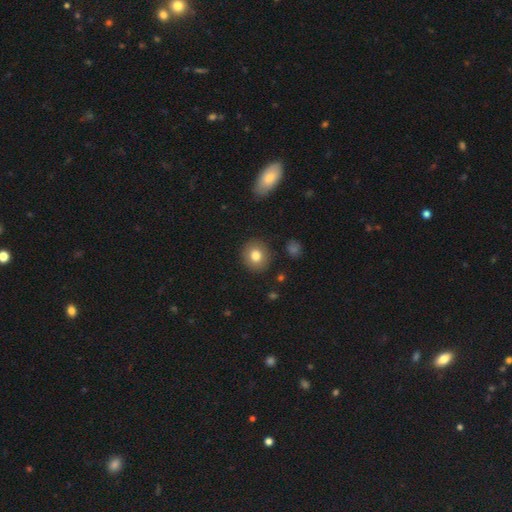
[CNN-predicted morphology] This appears to be a smooth galaxy with no disk features (79%) that is round (81%). Merging: none (88%).